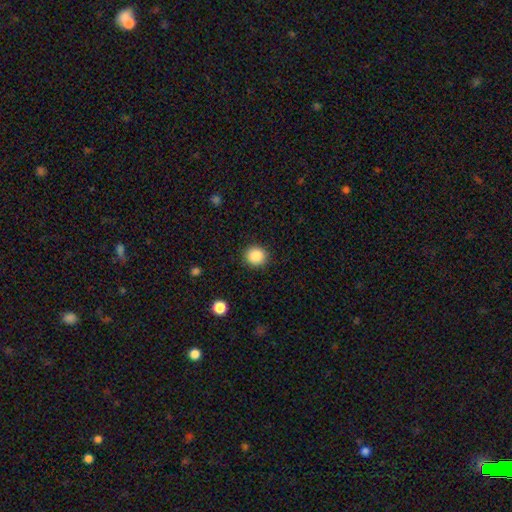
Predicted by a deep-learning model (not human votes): Smooth or featured: smooth — 87% (star or artifact — 9%)
How rounded: round — 89% (in between — 11%)
Merging: none — 90% (minor disturbance — 6%)